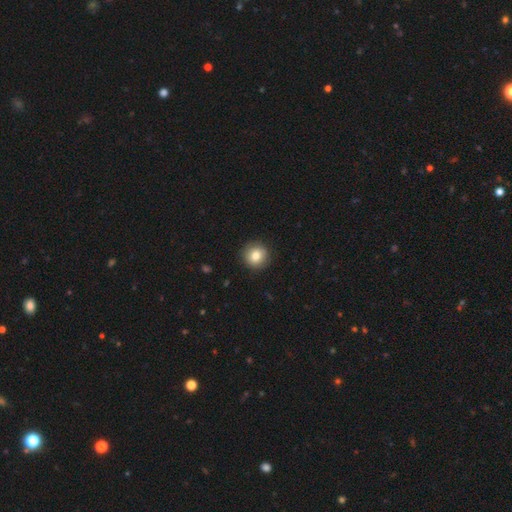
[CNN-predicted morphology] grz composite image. It shows a smooth galaxy with no disk features (81%) that is round (93%). Merging: none (91%).